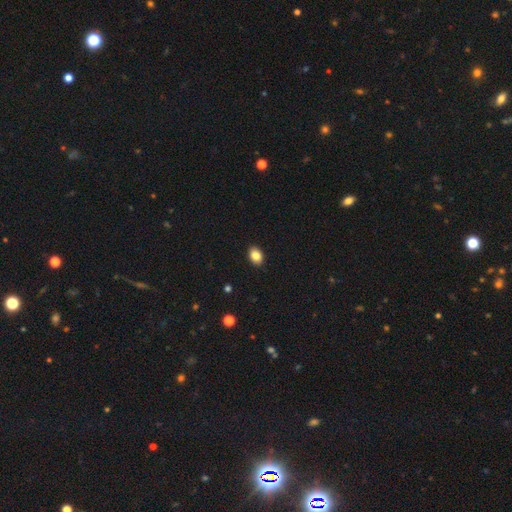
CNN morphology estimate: This is clearly a smooth galaxy (86%). How rounded: likely in between (73%). Merging: clearly none (91%).